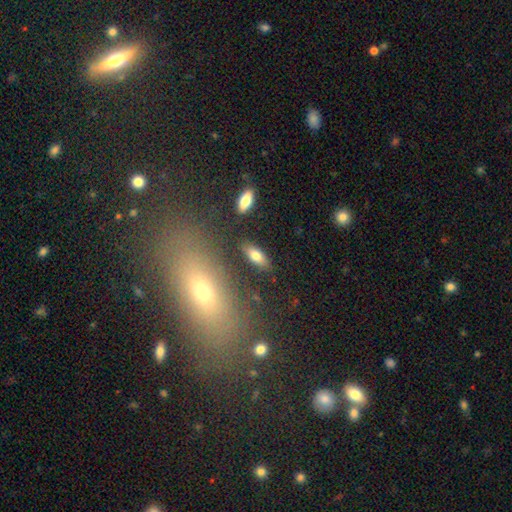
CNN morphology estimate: This is likely a smooth galaxy (76%). How rounded: likely in between (79%). Merging: clearly none (84%).